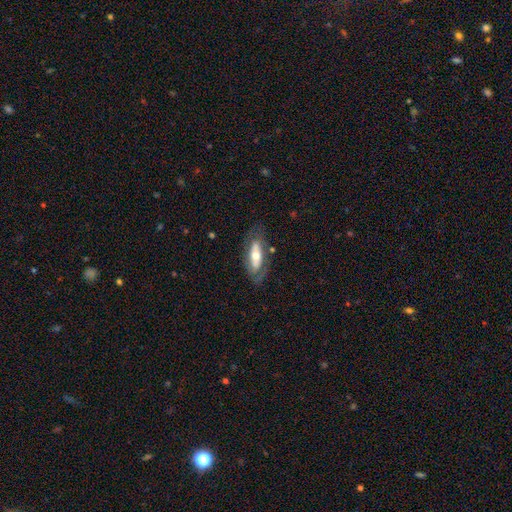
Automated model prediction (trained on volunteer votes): A featured or disk galaxy (52%).

Vote fractions:
- Smooth or featured? featured or disk: 52% / smooth: 42% / star or artifact: 6%
- Edge-on disk? no: 72% / yes: 28%
- Merging? none: 70% / minor disturbance: 18% / major disturbance: 9% / merger: 3%